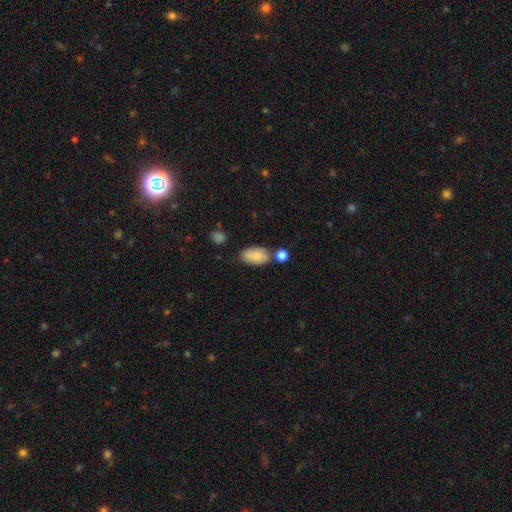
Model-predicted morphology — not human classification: Q: Smooth or featured?
A: smooth (79%); runner-up: featured or disk (13%)
Q: How rounded?
A: in between (92%); runner-up: round (6%)
Q: Merging?
A: none (64%); runner-up: minor disturbance (18%)